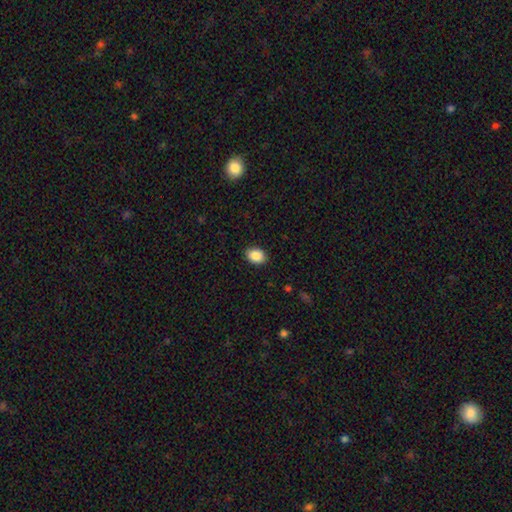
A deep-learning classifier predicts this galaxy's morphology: smooth_or_featured: smooth (p=0.89) [alt: star or artifact p=0.08]
how_rounded: in between (p=0.71) [alt: round p=0.28]
merging: none (p=0.89) [alt: minor disturbance p=0.08]